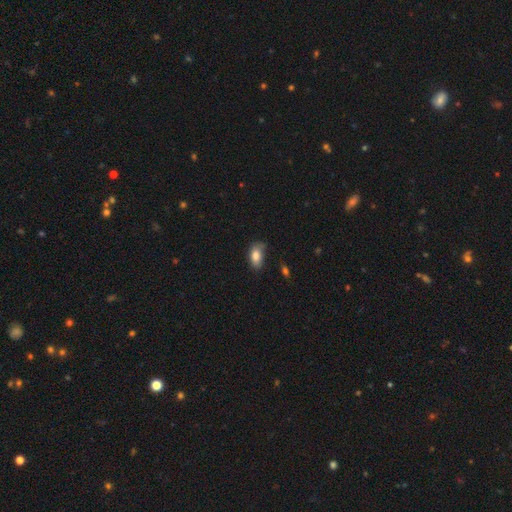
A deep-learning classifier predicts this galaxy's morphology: Overall: smooth (83%). How rounded: in between (90%). Merging: none (63%; minor disturbance 28%).